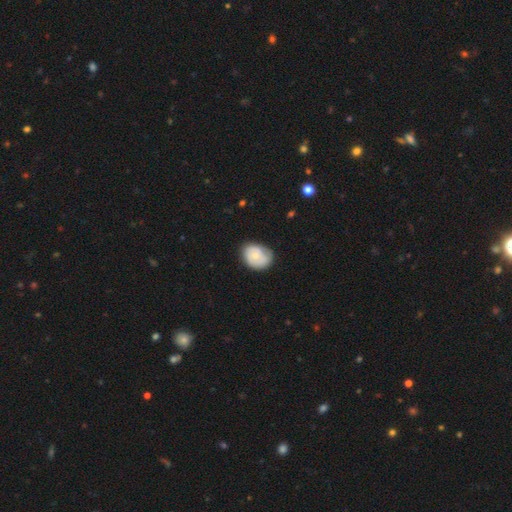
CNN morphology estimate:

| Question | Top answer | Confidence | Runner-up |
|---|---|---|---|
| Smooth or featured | smooth | 56% | featured or disk (38%) |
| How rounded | in between | 59% | round (40%) |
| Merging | none | 60% | minor disturbance (30%) |